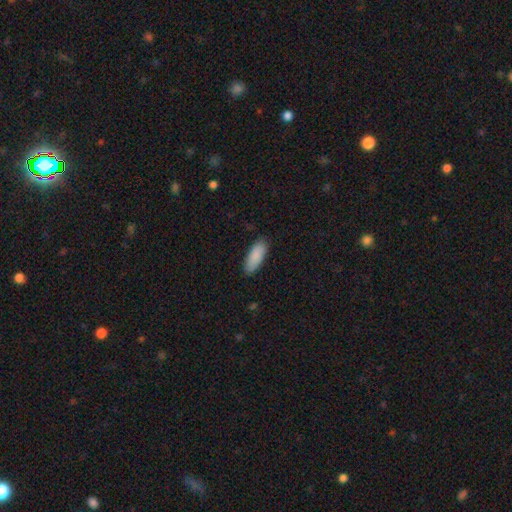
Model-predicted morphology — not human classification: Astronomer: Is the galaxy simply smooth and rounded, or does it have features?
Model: smooth — 89%.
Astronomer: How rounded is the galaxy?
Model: in between — 77%.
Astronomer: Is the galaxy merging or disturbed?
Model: none — 85%.